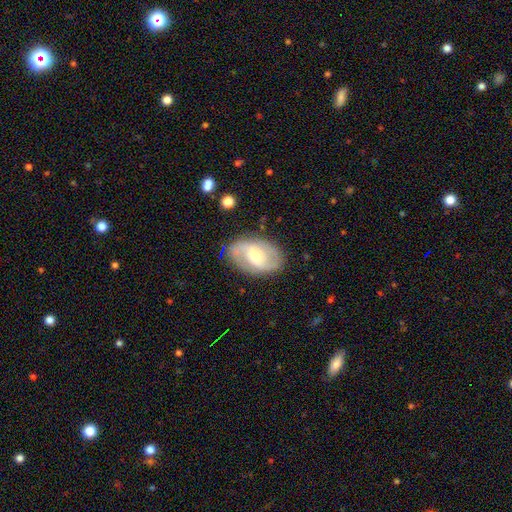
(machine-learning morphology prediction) Smooth or featured? Predicted: featured or disk (p=0.72). Edge-on disk? Predicted: no (p=0.96). Bar? Predicted: weak (p=0.50). Spiral arms? Predicted: yes (p=0.86). Spiral winding? Predicted: medium (p=0.45). Spiral arm count? Predicted: 2 (p=0.87). Bulge size? Predicted: moderate (p=0.56). Merging? Predicted: none (p=0.82).